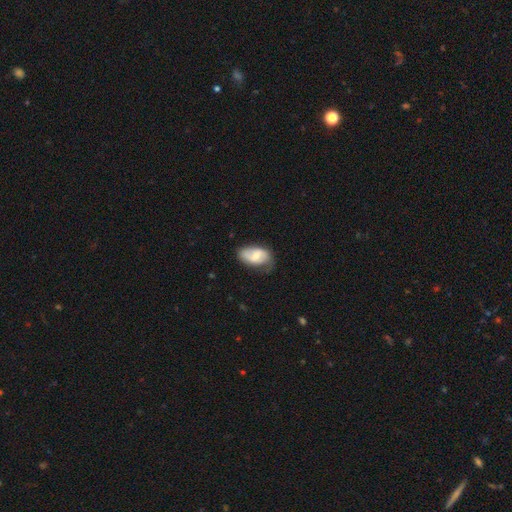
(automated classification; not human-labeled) This appears to be a featured or disk galaxy (47%). Merging: none (58%).